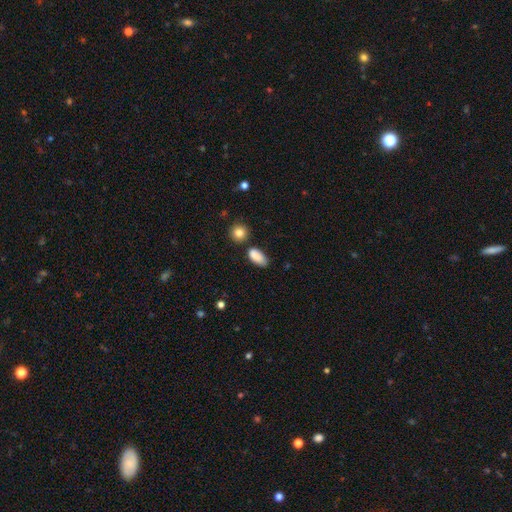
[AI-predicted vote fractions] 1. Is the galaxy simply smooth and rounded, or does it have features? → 87% smooth, 8% star or artifact, 5% featured or disk.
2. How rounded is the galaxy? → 87% in between, 8% cigar-shaped, 5% round.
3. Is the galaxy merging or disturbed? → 64% none, 24% minor disturbance, 7% merger, 6% major disturbance.